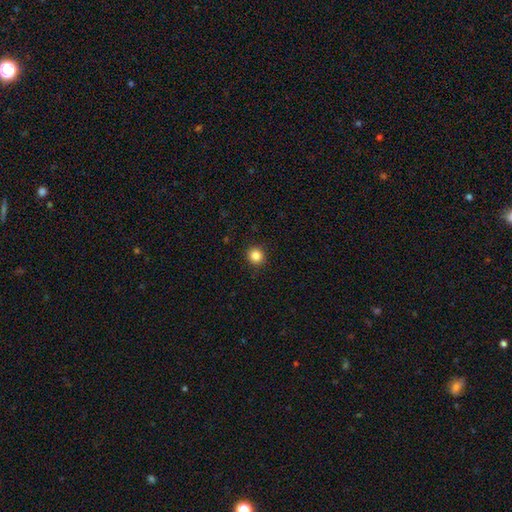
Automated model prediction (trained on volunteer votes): This is clearly a smooth galaxy (85%). How rounded: clearly round (93%). Merging: clearly none (92%).